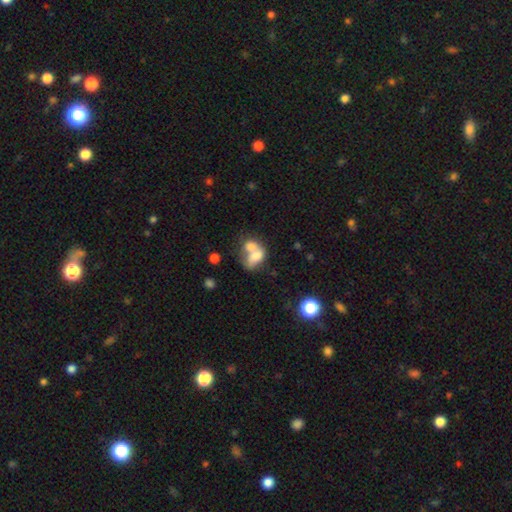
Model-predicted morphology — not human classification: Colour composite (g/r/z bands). It shows a smooth galaxy with no disk features (64%) that is in between round and cigar-shaped (74%). Merging: merger (71%).